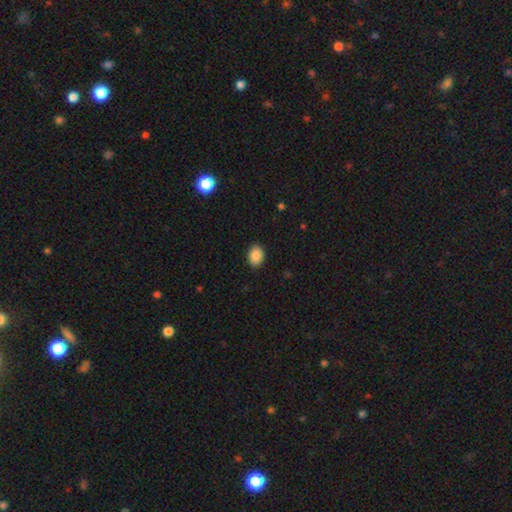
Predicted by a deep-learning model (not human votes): smooth_or_featured: smooth (p=0.89) [alt: star or artifact p=0.08]
how_rounded: in between (p=0.71) [alt: round p=0.28]
merging: none (p=0.89) [alt: minor disturbance p=0.08]